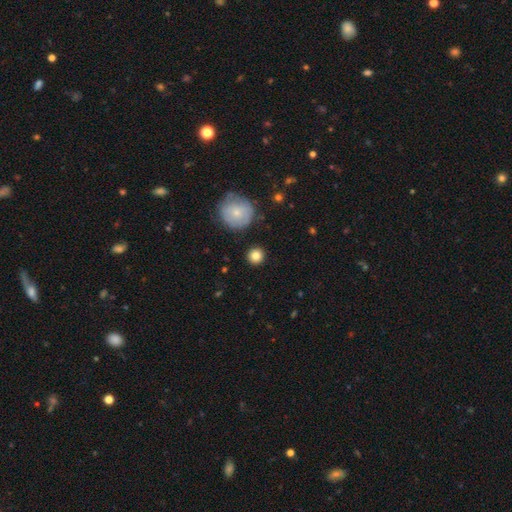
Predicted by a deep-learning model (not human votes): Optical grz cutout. It shows a smooth galaxy with no disk features (83%) that is round (94%). Merging: none (90%).